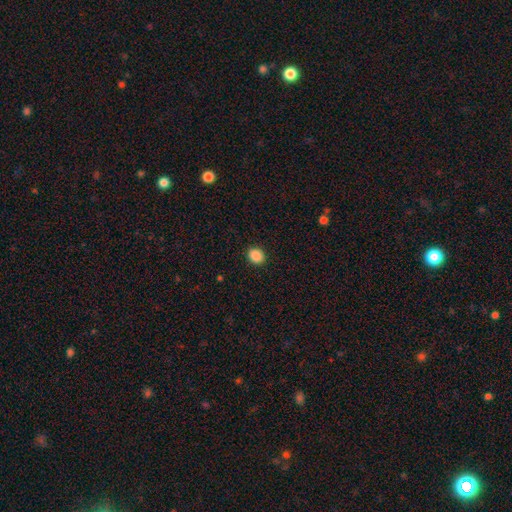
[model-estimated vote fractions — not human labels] Smooth or featured: smooth — 88% (star or artifact — 9%)
How rounded: round — 66% (in between — 33%)
Merging: none — 92% (minor disturbance — 6%)